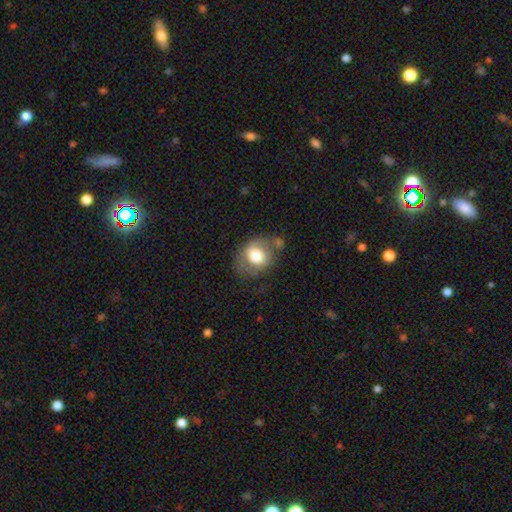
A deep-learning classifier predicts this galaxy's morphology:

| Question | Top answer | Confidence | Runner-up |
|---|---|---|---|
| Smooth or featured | smooth | 69% | featured or disk (23%) |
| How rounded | round | 53% | in between (46%) |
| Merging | none | 48% | minor disturbance (27%) |